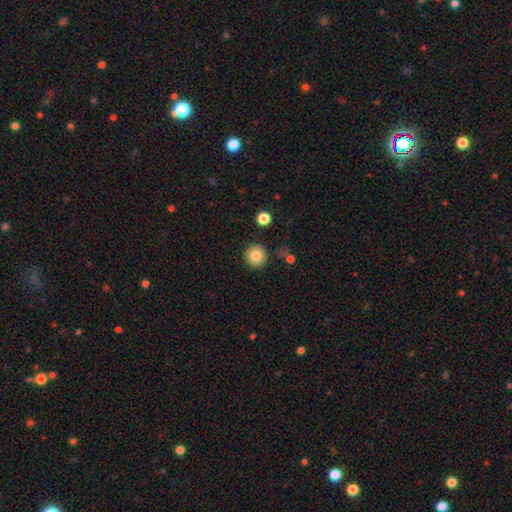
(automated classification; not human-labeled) A smooth galaxy with no disk features (82%) that is round (95%).

Vote fractions:
- Smooth or featured? smooth: 82% / star or artifact: 10% / featured or disk: 7%
- How rounded? round: 95% / in between: 4% / cigar-shaped: 1%
- Merging? none: 89% / minor disturbance: 6% / merger: 2% / major disturbance: 2%